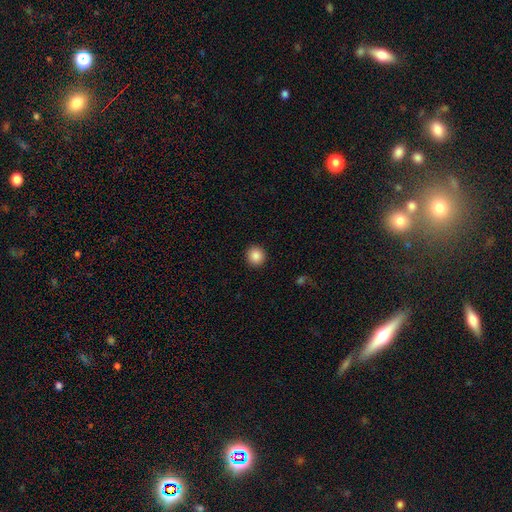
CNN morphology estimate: smooth_or_featured: smooth (p=0.88) [alt: star or artifact p=0.09]
how_rounded: round (p=0.93) [alt: in between p=0.06]
merging: none (p=0.93) [alt: minor disturbance p=0.05]